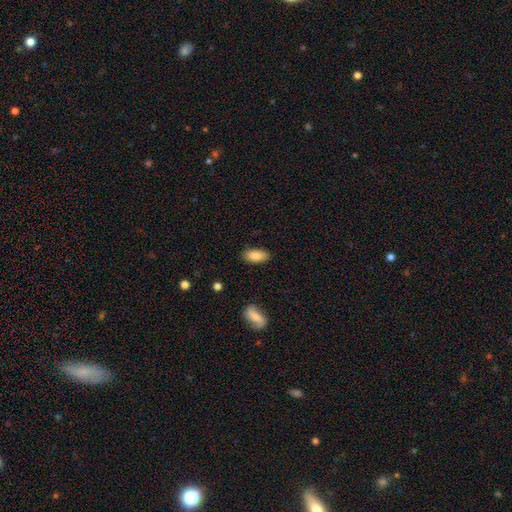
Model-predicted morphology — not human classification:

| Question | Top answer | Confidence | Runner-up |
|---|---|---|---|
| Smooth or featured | smooth | 85% | featured or disk (8%) |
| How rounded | in between | 92% | cigar-shaped (6%) |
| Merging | none | 84% | minor disturbance (12%) |